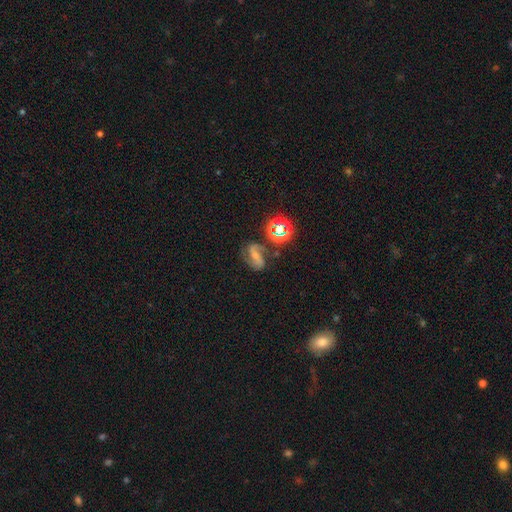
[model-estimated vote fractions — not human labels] featured or disk 67%, star or artifact 17%, smooth 16%. Down the decision tree: edge-on disk — no (96%); bar — strong (41%); spiral arms — yes (93%); spiral arm count — 2 (88%); spiral winding — medium (46%); bulge size — small (51%); merging — none (64%).